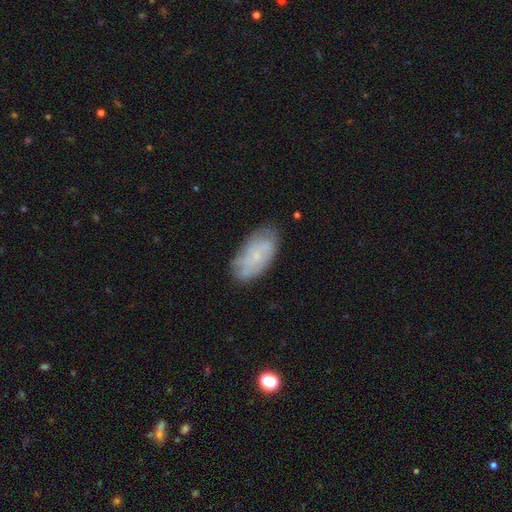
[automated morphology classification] Smooth or featured? featured or disk (53%)
Edge-on disk? no (94%)
Merging? none (71%)